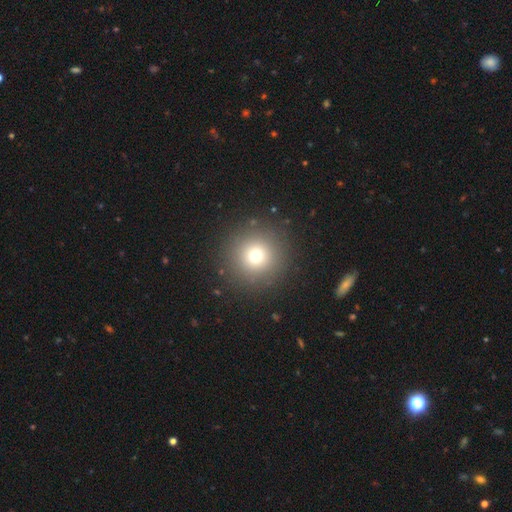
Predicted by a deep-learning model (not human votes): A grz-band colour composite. It shows a smooth galaxy with no disk features (72%) that is round (96%). Merging: none (89%).